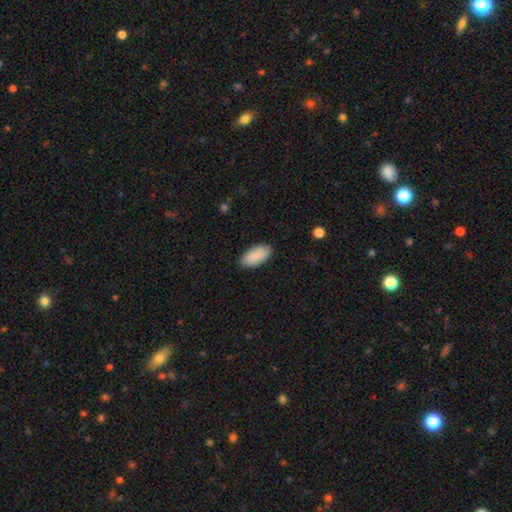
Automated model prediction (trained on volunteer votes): This is clearly a smooth galaxy (88%). How rounded: clearly in between (95%). Merging: clearly none (86%).